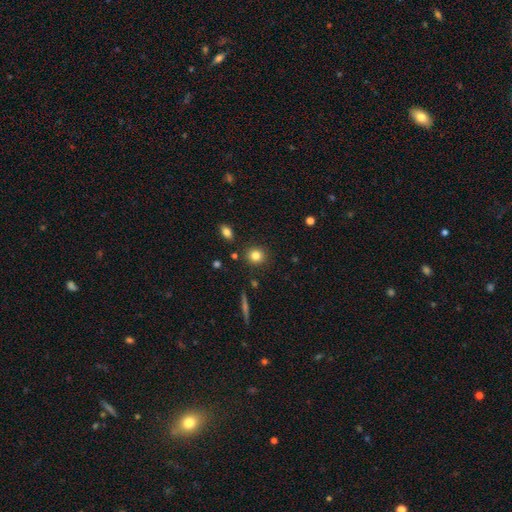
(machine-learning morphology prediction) Smooth or featured: smooth — 82% (star or artifact — 11%)
How rounded: round — 87% (in between — 12%)
Merging: none — 87% (minor disturbance — 7%)